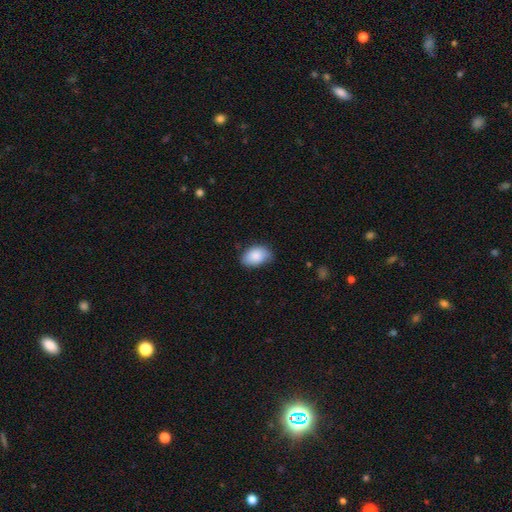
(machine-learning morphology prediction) Overall: smooth (87%). How rounded: in between (87%). Merging: none (66%; minor disturbance 28%).